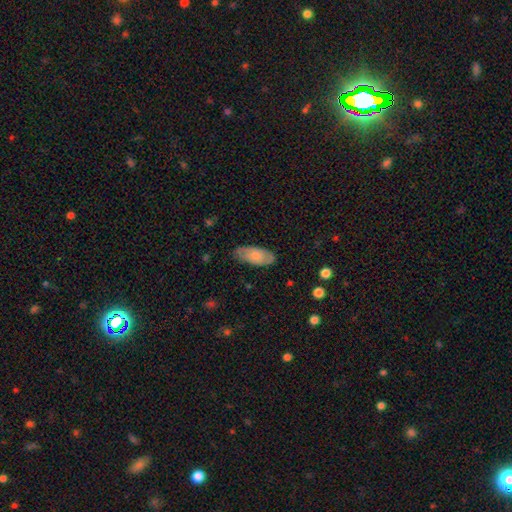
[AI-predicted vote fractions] A smooth galaxy with no disk features (64%) that is in between round and cigar-shaped (89%). Merging: none (77%).